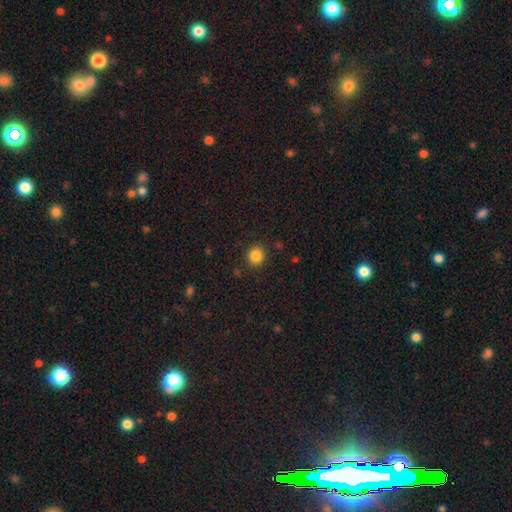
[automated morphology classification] smooth-or-featured: smooth: 85% | star or artifact: 11% | featured or disk: 4%
  how-rounded: round: 84% | in between: 15% | cigar-shaped: 1%
  merging: none: 89% | minor disturbance: 7% | major disturbance: 2% | merger: 1%